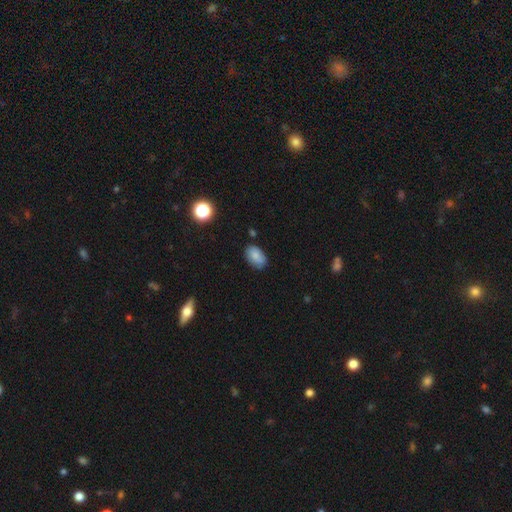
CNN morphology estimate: smooth-or-featured: smooth: 82% | featured or disk: 9% | star or artifact: 9%
  how-rounded: in between: 88% | round: 11% | cigar-shaped: 1%
  merging: none: 74% | minor disturbance: 20% | major disturbance: 4% | merger: 3%